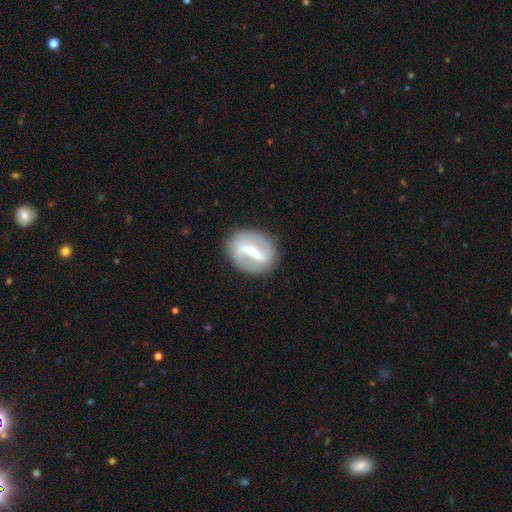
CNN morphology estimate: This is likely a featured or disk galaxy (74%). It is clearly not viewed edge-on (93%). Bar: likely strong (75%). Spiral arm pattern: likely yes (62%). Central bulge: marginally moderate (37%). Merging: likely none (80%).